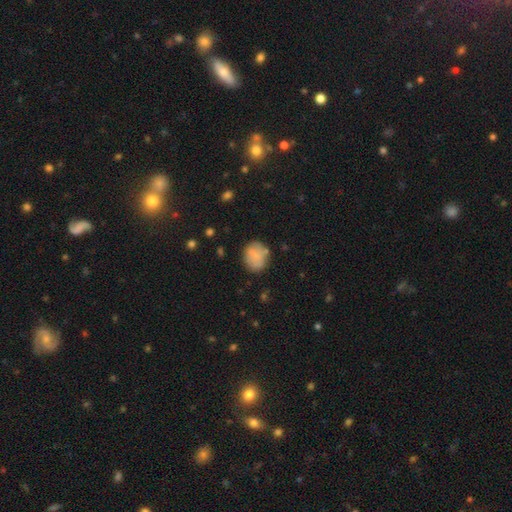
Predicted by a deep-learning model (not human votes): smooth-or-featured: smooth: 76% | featured or disk: 16% | star or artifact: 8%
  how-rounded: round: 60% | in between: 39% | cigar-shaped: 1%
  merging: none: 72% | minor disturbance: 18% | major disturbance: 6% | merger: 4%